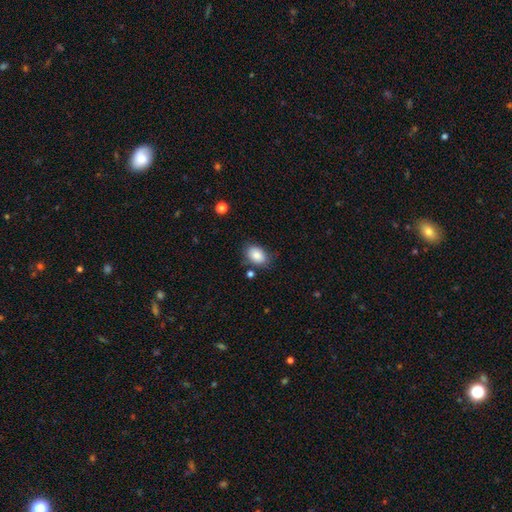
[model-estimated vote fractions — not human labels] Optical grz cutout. It shows a smooth galaxy with no disk features (86%) that is in between round and cigar-shaped (83%). Merging: none (75%).